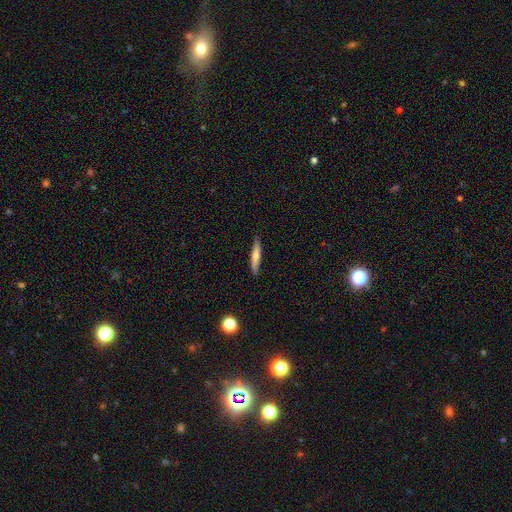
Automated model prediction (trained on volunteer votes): A smooth galaxy with no disk features (60%) that is cigar-shaped (91%). Merging: none (85%).